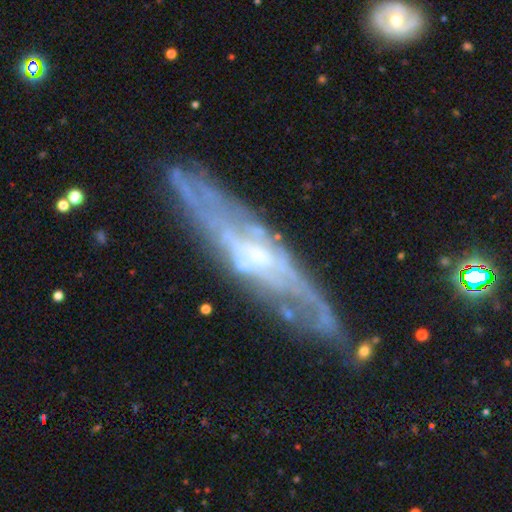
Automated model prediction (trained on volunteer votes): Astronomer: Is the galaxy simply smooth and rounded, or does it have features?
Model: featured or disk — 81%.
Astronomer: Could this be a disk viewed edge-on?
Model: yes — 60% (runner-up: no, 40%).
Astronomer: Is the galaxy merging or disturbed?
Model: none — 74%.